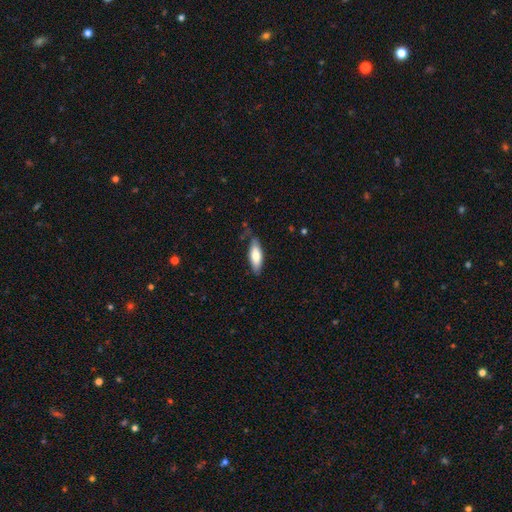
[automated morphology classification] Smooth or featured? Predicted: smooth (p=0.73). How rounded? Predicted: in between (p=0.61). Merging? Predicted: none (p=0.73).